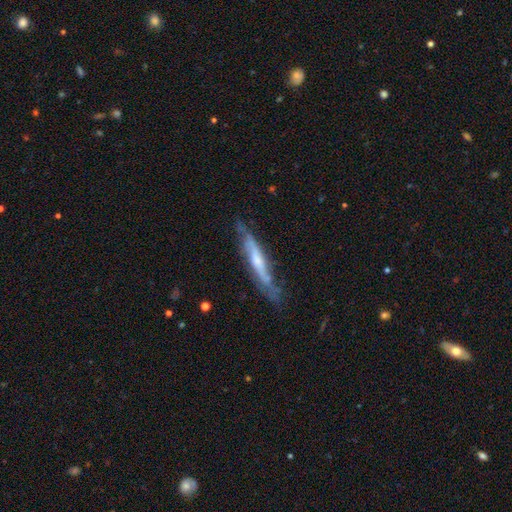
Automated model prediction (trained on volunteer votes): Smooth or featured? Predicted: featured or disk (p=0.68). Edge-on disk? Predicted: yes (p=0.74). Edge-on bulge? Predicted: rounded (p=0.46). Merging? Predicted: none (p=0.72).